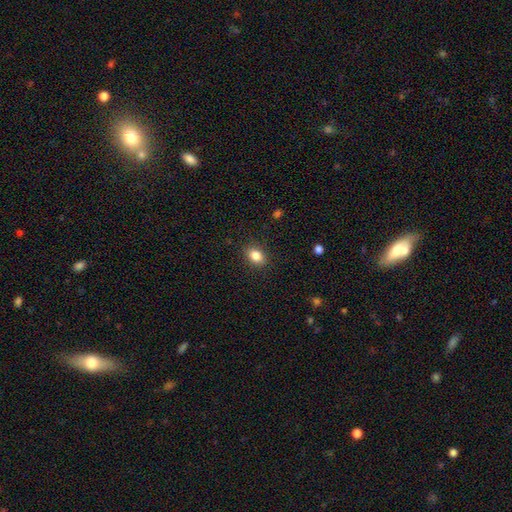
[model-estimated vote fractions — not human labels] A smooth galaxy with no disk features (85%) that is in between round and cigar-shaped (73%). Merging: none (88%).